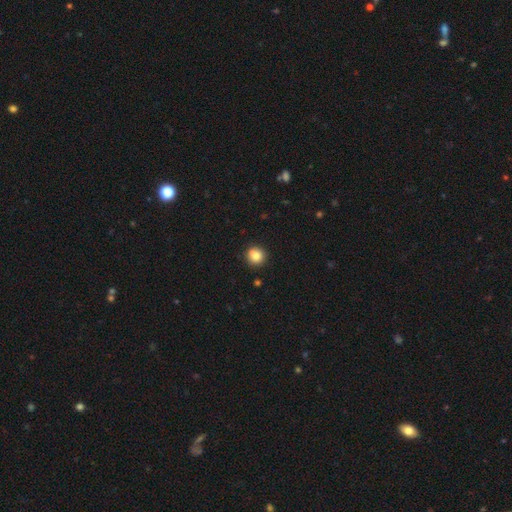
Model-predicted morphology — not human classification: This is clearly a smooth galaxy (84%). How rounded: clearly round (93%). Merging: clearly none (90%).